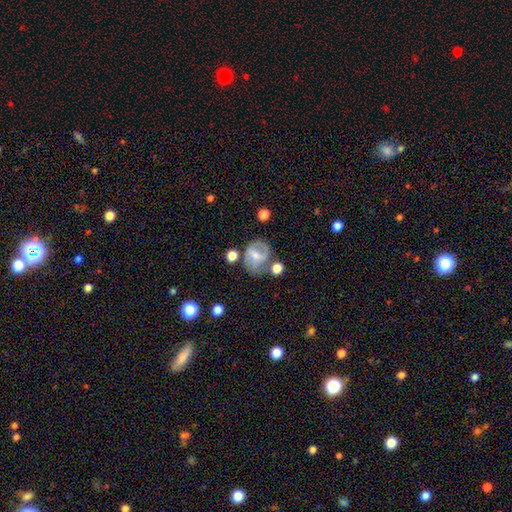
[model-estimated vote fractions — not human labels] Q: Smooth or featured?
A: featured or disk (53%); runner-up: smooth (39%)
Q: Edge-on disk?
A: no (96%); runner-up: yes (4%)
Q: Bar?
A: weak (46%); runner-up: no (28%)
Q: Spiral arms?
A: yes (66%); runner-up: no (34%)
Q: Bulge size?
A: small (51%); runner-up: moderate (39%)
Q: Merging?
A: none (54%); runner-up: minor disturbance (22%)